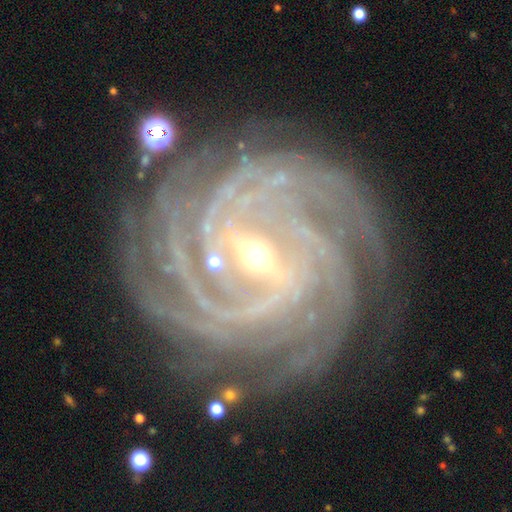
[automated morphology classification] Smooth or featured? featured or disk (93%)
Edge-on disk? no (97%)
Bar? strong (51%)
Spiral arms? yes (99%)
Spiral winding? tight (83%)
Spiral arm count? more than 4 (34%)
Bulge size? small (57%)
Merging? none (85%)